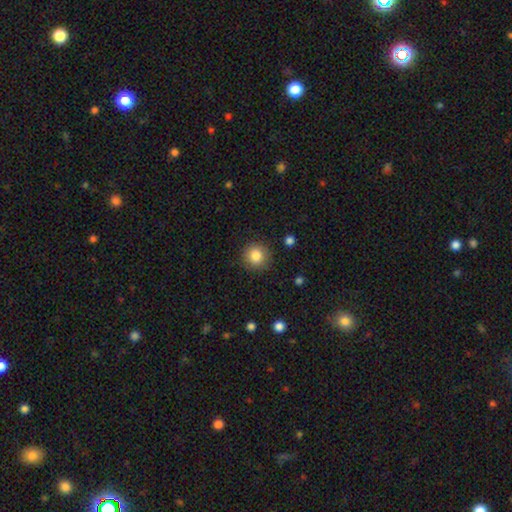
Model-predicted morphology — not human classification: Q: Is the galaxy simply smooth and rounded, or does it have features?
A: smooth — 84%.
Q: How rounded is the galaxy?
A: round — 93%.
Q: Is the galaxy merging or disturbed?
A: none — 89%.